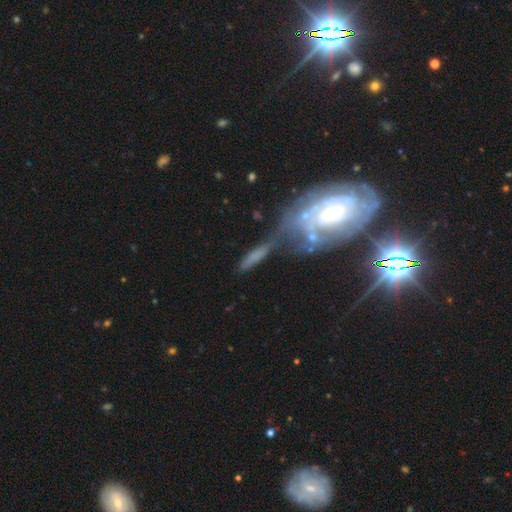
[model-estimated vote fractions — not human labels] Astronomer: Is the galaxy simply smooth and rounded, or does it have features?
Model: featured or disk — 52% (runner-up: smooth, 36%).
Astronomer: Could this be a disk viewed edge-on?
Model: no — 73%.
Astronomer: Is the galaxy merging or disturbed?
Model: none — 38% (runner-up: merger, 26%).